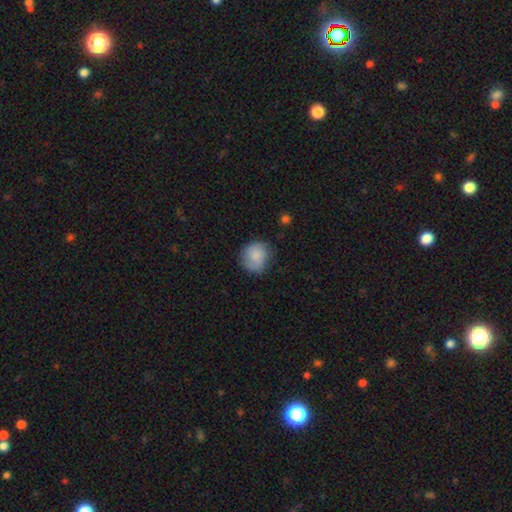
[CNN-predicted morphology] type=smooth (77%); roundness=round (82%); merging=none (68%).